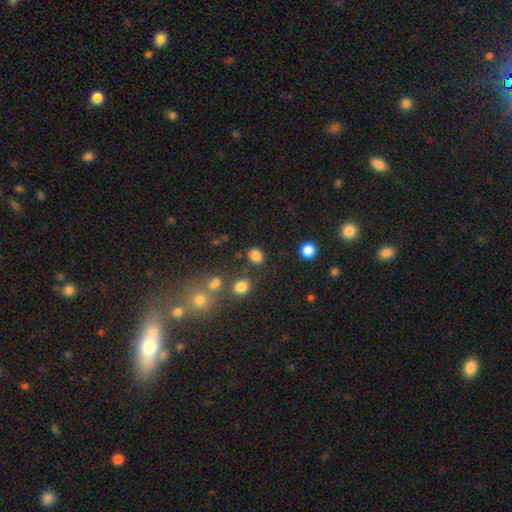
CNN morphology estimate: Smooth or featured? Predicted: smooth (p=0.82). How rounded? Predicted: round (p=0.53). Merging? Predicted: none (p=0.77).